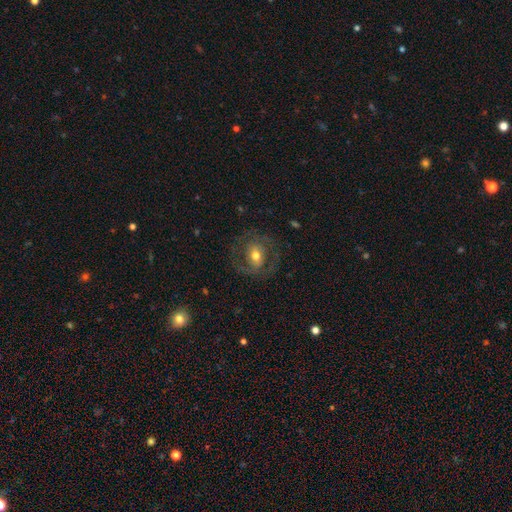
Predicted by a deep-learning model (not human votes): Overall: featured or disk (59%; smooth 33%). Edge-on disk: no (96%). Bar: no (41%; weak 39%). Spiral arms: yes (66%; no 34%). Bulge size: moderate (71%). Merging: none (72%).